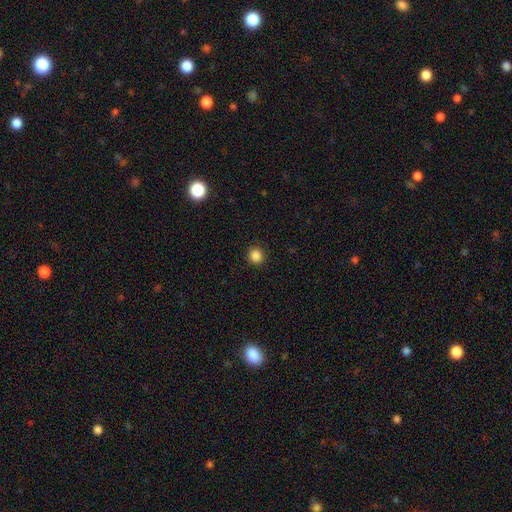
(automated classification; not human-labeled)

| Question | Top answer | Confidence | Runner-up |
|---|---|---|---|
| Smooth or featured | smooth | 86% | star or artifact (11%) |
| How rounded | round | 93% | in between (6%) |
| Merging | none | 92% | minor disturbance (5%) |